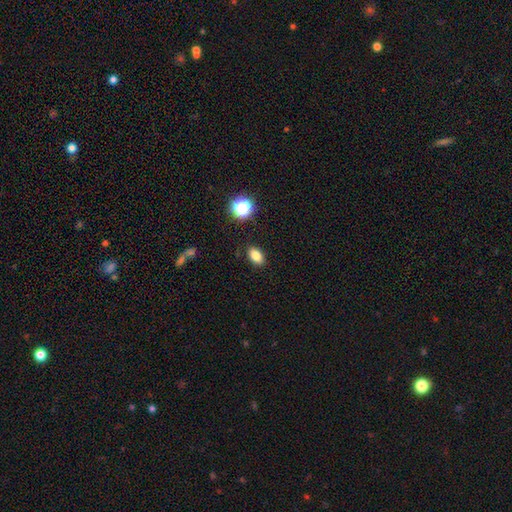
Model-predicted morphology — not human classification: Smooth or featured? Predicted: smooth (p=0.81). How rounded? Predicted: in between (p=0.85). Merging? Predicted: none (p=0.87).